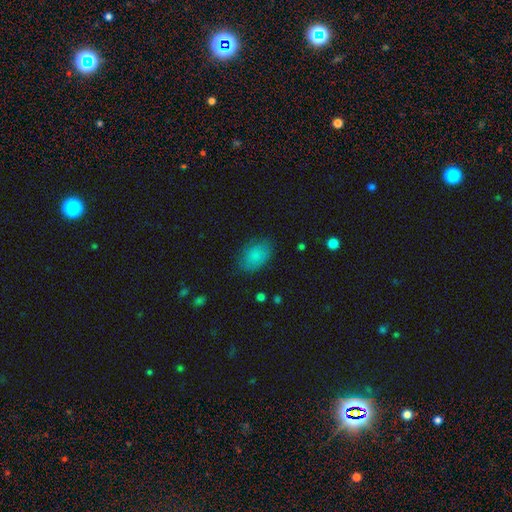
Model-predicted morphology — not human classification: The model was most divided on "merging": none: 79%, minor disturbance: 15%, major disturbance: 4%, merger: 1%. More confident: how rounded — in between (87%); smooth or featured — smooth (84%).